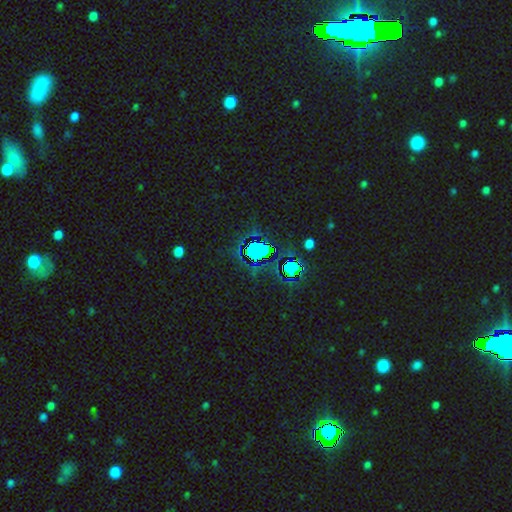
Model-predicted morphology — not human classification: Smooth or featured: star or artifact — 77% (smooth — 15%)